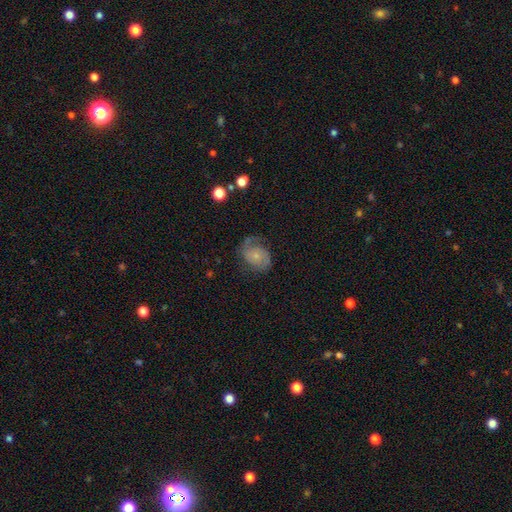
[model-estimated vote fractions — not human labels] A featured or disk galaxy (61%) with no bar (74%), 2 (73%) medium (44%) spiral arms (88%) and a small central bulge (63%). Merging: none (58%).